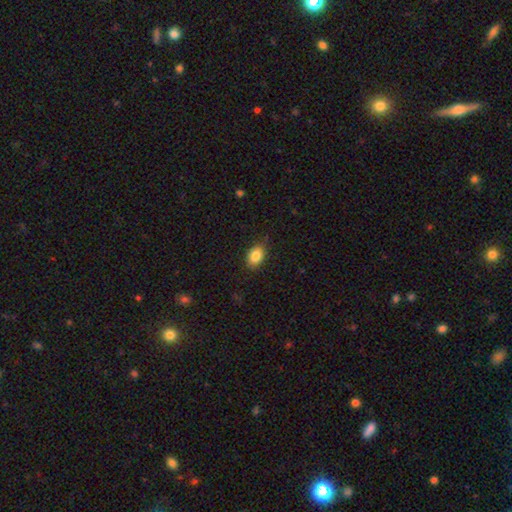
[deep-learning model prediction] Overall: smooth (86%). How rounded: in between (85%). Merging: none (84%).